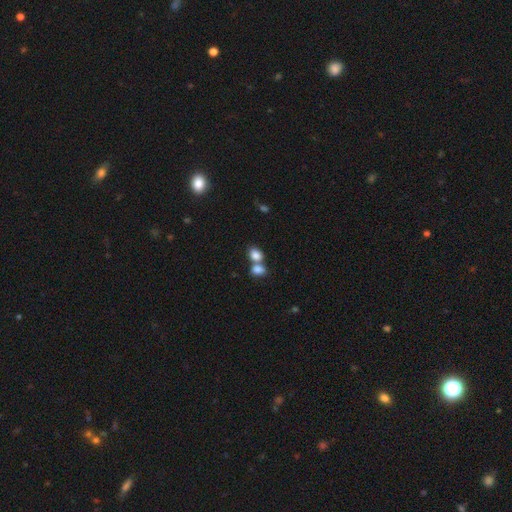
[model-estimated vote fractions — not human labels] Smooth or featured? Predicted: smooth (p=0.83). How rounded? Predicted: in between (p=0.70). Merging? Predicted: merger (p=0.57).